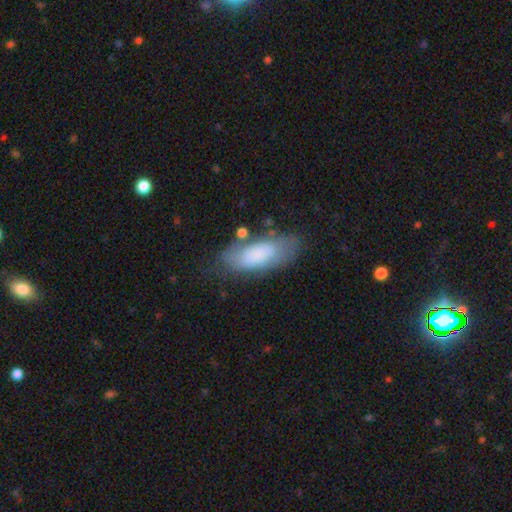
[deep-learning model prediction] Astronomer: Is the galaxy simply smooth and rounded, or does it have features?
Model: smooth — 73%.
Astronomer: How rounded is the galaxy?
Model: in between — 79%.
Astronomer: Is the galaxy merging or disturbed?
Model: none — 62%.